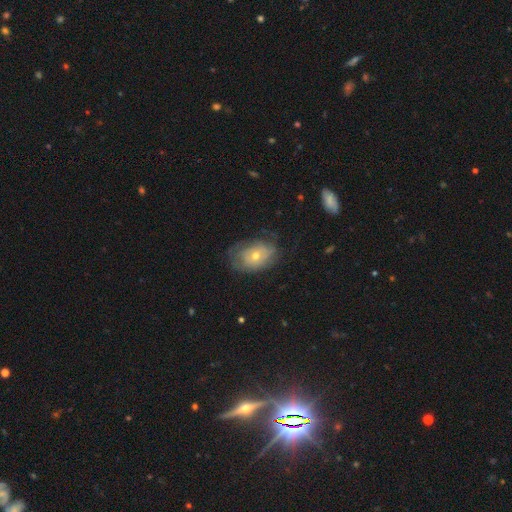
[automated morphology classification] smooth-or-featured: featured or disk: 57% | smooth: 36% | star or artifact: 7%
  disk-edge-on: no: 94% | yes: 6%
    bar: no: 84% | weak: 14% | strong: 3%
    has-spiral-arms: yes: 67% | no: 33%
    bulge-size: moderate: 54% | small: 42% | large: 2% | none: 1% | dominant: 1%
  merging: none: 59% | minor disturbance: 26% | major disturbance: 14% | merger: 1%